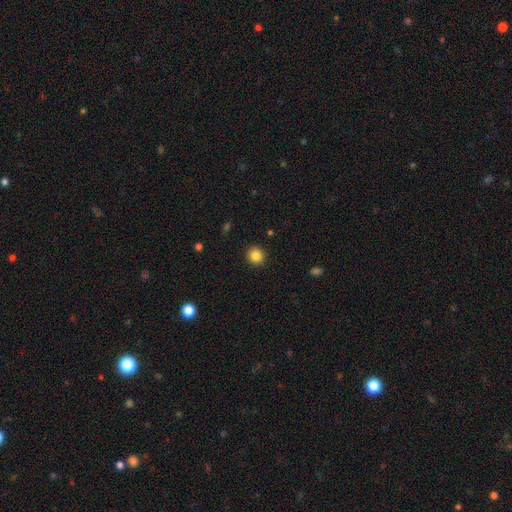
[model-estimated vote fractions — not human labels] Morphology: type=smooth (85%); roundness=round (91%); merging=none (92%).